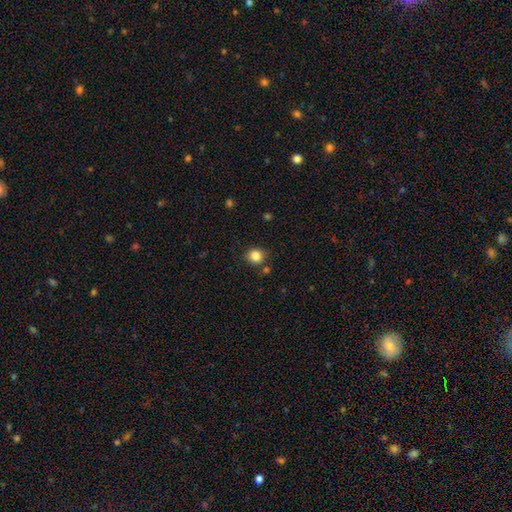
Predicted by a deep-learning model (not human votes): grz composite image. It shows a smooth galaxy with no disk features (84%) that is round (84%). Merging: none (83%).